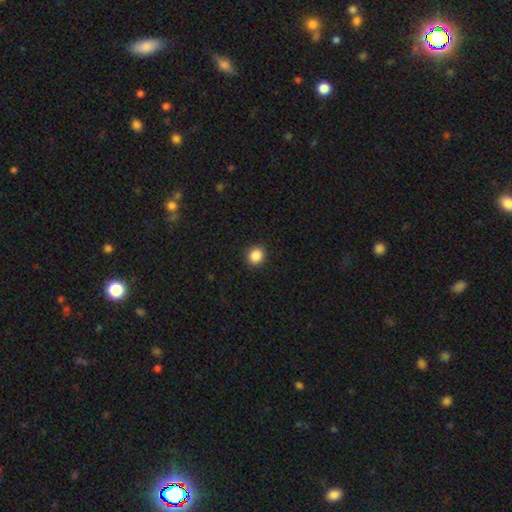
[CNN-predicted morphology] This is clearly a smooth galaxy (88%). How rounded: likely round (78%). Merging: clearly none (91%).